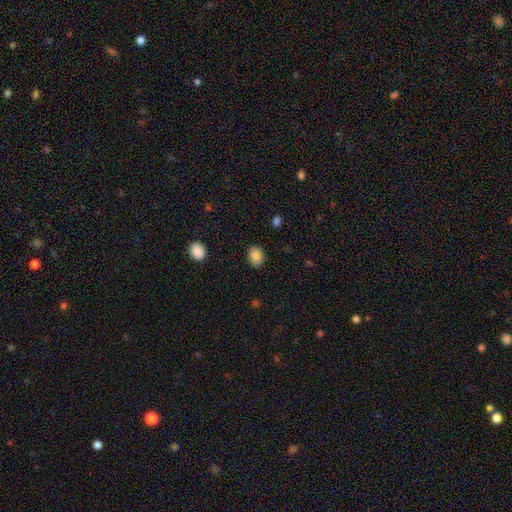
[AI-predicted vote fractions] Morphology: type=smooth (83%); roundness=in between (53%); merging=none (88%).